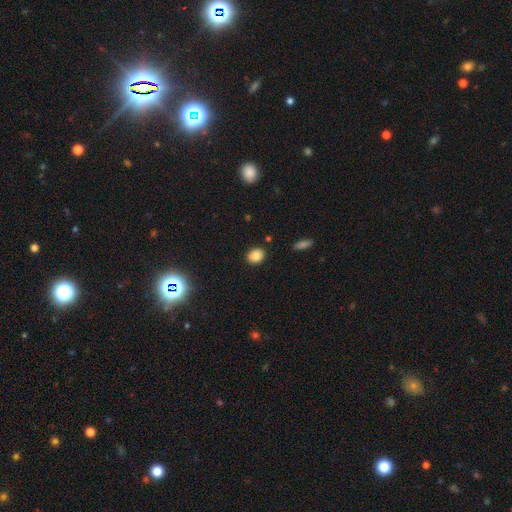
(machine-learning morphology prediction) A smooth galaxy with no disk features (82%) that is round (55%).

Vote fractions:
- Smooth or featured? smooth: 82% / star or artifact: 10% / featured or disk: 7%
- How rounded? round: 55% / in between: 44% / cigar-shaped: 1%
- Merging? none: 87% / minor disturbance: 9% / merger: 2% / major disturbance: 2%